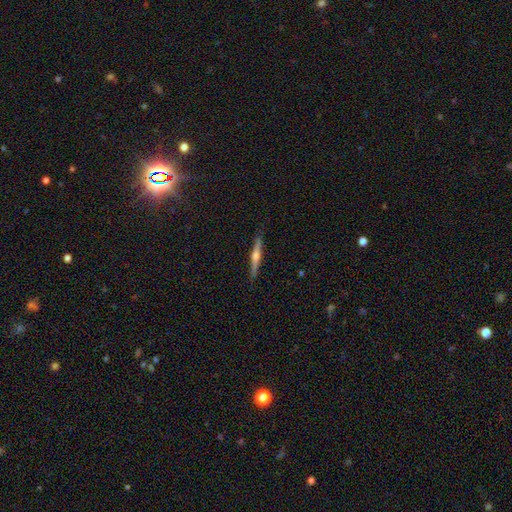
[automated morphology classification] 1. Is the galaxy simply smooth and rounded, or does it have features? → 71% featured or disk, 23% smooth, 6% star or artifact.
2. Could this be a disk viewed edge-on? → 98% yes, 2% no.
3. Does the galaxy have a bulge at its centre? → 87% rounded, 6% none, 6% boxy.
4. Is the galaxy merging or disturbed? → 90% none, 7% minor disturbance, 2% major disturbance, 1% merger.